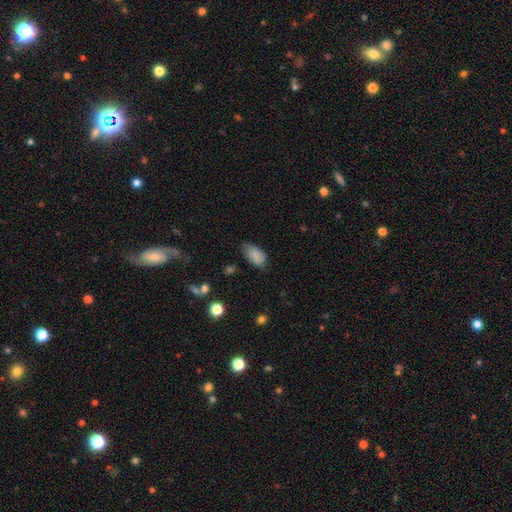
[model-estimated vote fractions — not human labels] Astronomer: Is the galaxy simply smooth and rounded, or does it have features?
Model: smooth — 84%.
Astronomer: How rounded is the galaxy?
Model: in between — 93%.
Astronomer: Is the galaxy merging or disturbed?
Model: none — 58%.